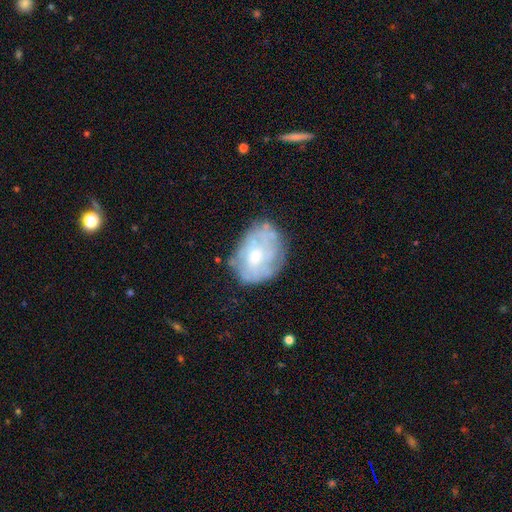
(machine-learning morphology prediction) A featured or disk galaxy (54%) with no bar (81%), no spiral arms (62%) and a moderate central bulge (55%).

Vote fractions:
- Smooth or featured? featured or disk: 54% / smooth: 38% / star or artifact: 8%
- Edge-on disk? no: 96% / yes: 4%
- Bar? no: 81% / weak: 17% / strong: 3%
- Spiral arms? no: 62% / yes: 38%
- Bulge size? moderate: 55% / small: 32% / large: 6% / none: 5% / dominant: 1%
- Merging? none: 64% / minor disturbance: 23% / major disturbance: 10% / merger: 3%